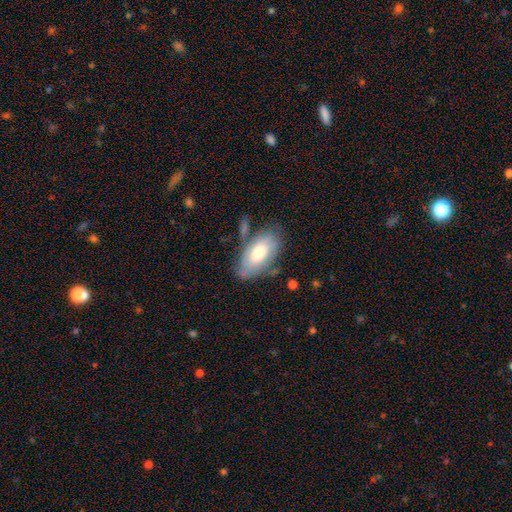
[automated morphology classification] type=smooth (68%); roundness=in between (93%); merging=none (60%).